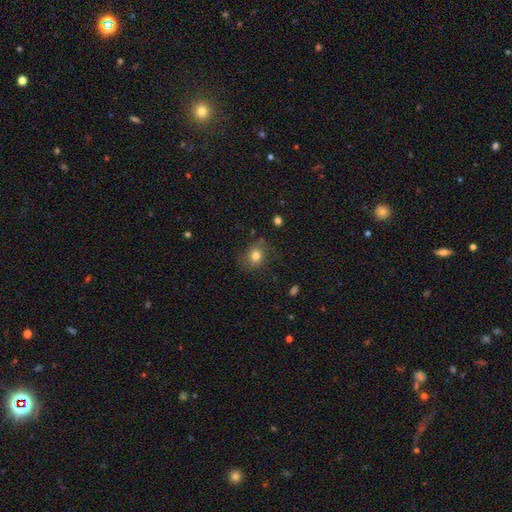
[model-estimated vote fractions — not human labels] Smooth or featured? smooth (79%)
How rounded? round (72%)
Merging? none (75%)